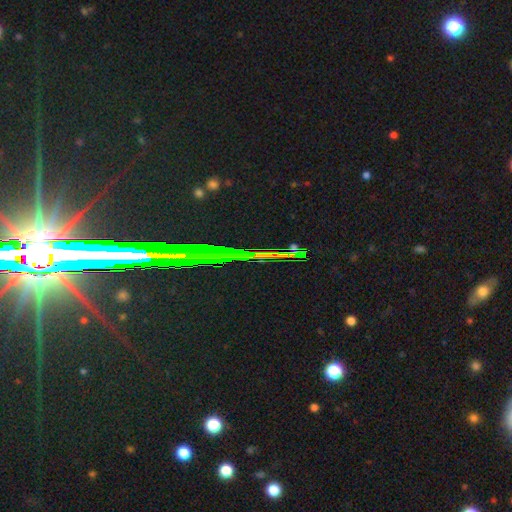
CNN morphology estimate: The model was most divided on "smooth or featured": star or artifact: 76%, featured or disk: 15%, smooth: 8%.